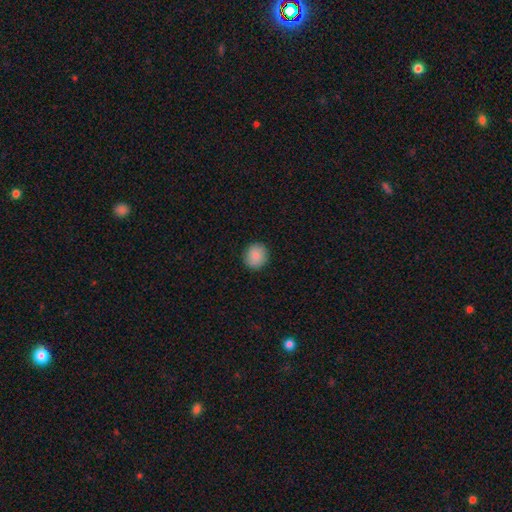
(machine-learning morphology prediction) smooth_or_featured: smooth (p=0.87) [alt: star or artifact p=0.08]
how_rounded: round (p=0.86) [alt: in between p=0.13]
merging: none (p=0.90) [alt: minor disturbance p=0.07]